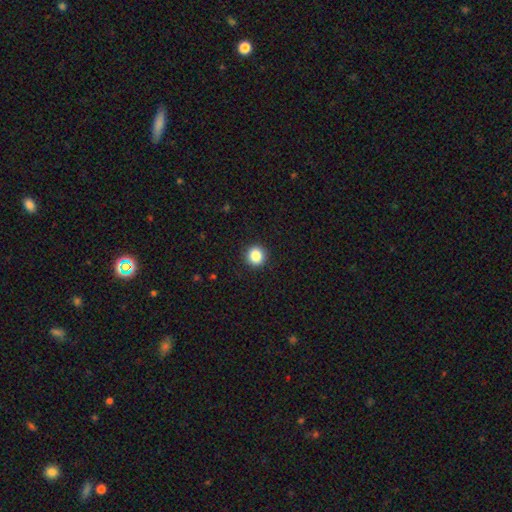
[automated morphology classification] Smooth or featured: smooth — 86% (star or artifact — 10%)
How rounded: round — 93% (in between — 6%)
Merging: none — 92% (minor disturbance — 5%)